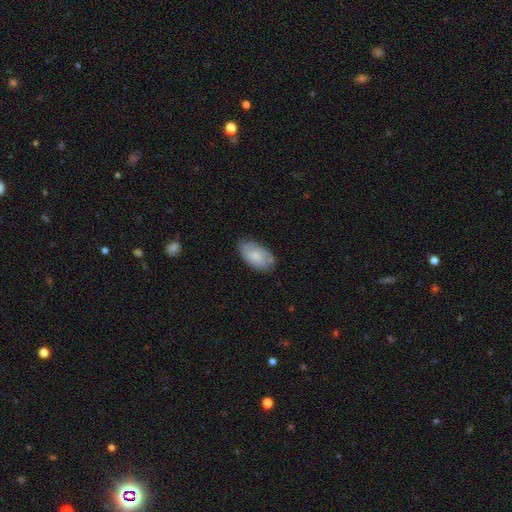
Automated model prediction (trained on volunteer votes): Smooth or featured? Predicted: smooth (p=0.75). How rounded? Predicted: in between (p=0.94). Merging? Predicted: none (p=0.71).